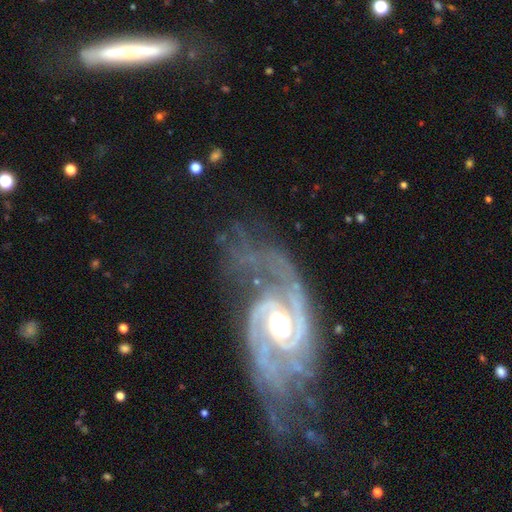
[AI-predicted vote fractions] smooth_or_featured: featured or disk (p=0.92) [alt: star or artifact p=0.05]
disk_edge_on: no (p=0.97) [alt: yes p=0.03]
bar: no (p=0.41) [alt: weak p=0.40]
has_spiral_arms: yes (p=0.98) [alt: no p=0.02]
spiral_winding: medium (p=0.51) [alt: tight p=0.34]
spiral_arm_count: 2 (p=0.80) [alt: 3 p=0.06]
bulge_size: moderate (p=0.64) [alt: large p=0.19]
merging: none (p=0.59) [alt: minor disturbance p=0.21]